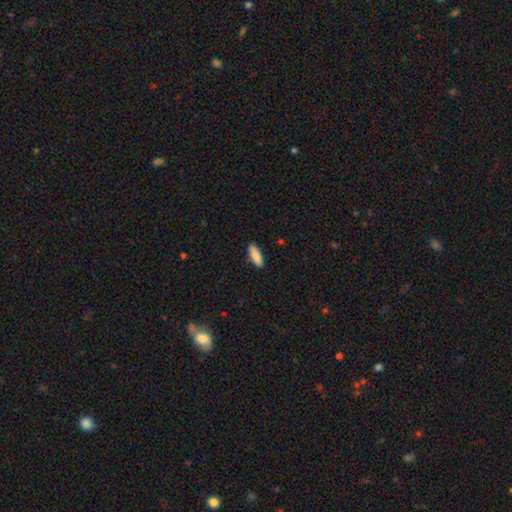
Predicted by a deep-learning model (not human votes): smooth-or-featured: smooth: 87% | featured or disk: 7% | star or artifact: 6%
  how-rounded: in between: 53% | cigar-shaped: 45% | round: 2%
  merging: none: 87% | minor disturbance: 10% | major disturbance: 2% | merger: 1%